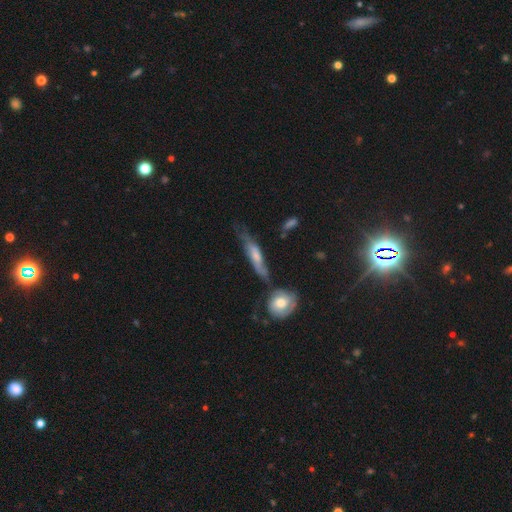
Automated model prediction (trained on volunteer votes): Smooth or featured? Predicted: featured or disk (p=0.52). Edge-on disk? Predicted: no (p=0.50, tied with yes). Merging? Predicted: none (p=0.34).